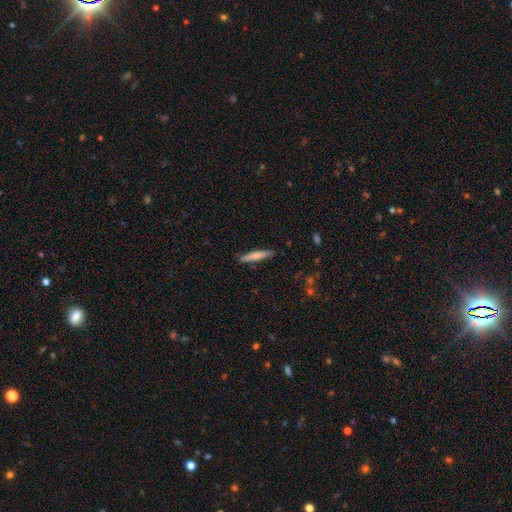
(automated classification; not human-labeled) Smooth or featured?
  - smooth: 70% *
  - featured or disk: 24%
  - star or artifact: 5%
How rounded?
  - cigar-shaped: 92% *
  - in between: 7%
  - round: 1%
Merging?
  - none: 89% *
  - minor disturbance: 8%
  - major disturbance: 2%
  - merger: 1%